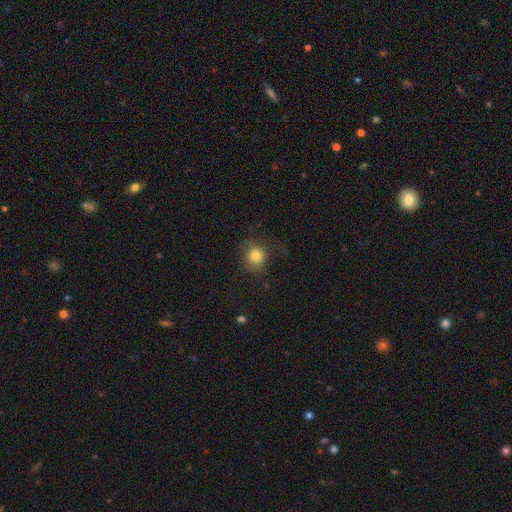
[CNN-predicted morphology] This appears to be a smooth galaxy with no disk features (81%) that is round (84%). Merging: none (66%).